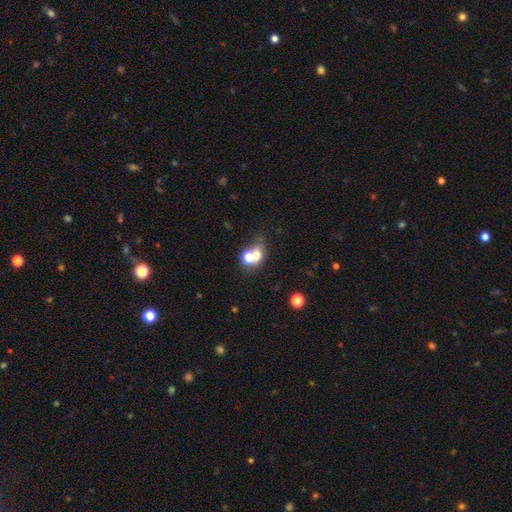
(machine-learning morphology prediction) smooth 64%, featured or disk 19%, star or artifact 16%. Down the decision tree: how rounded — round (54%); merging — merger (52%).